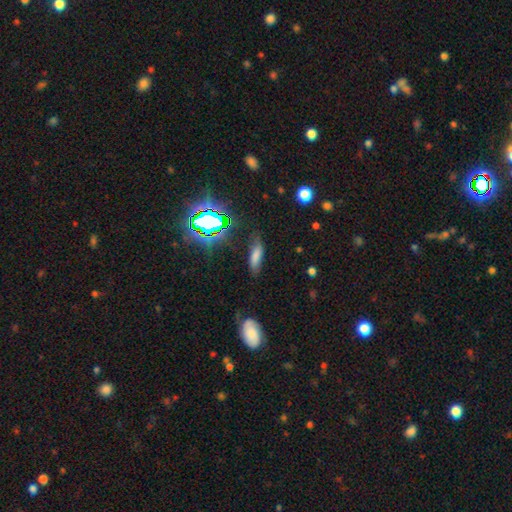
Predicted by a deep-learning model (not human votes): This appears to be a smooth galaxy with no disk features (66%) that is in between round and cigar-shaped (50%). Merging: none (66%).